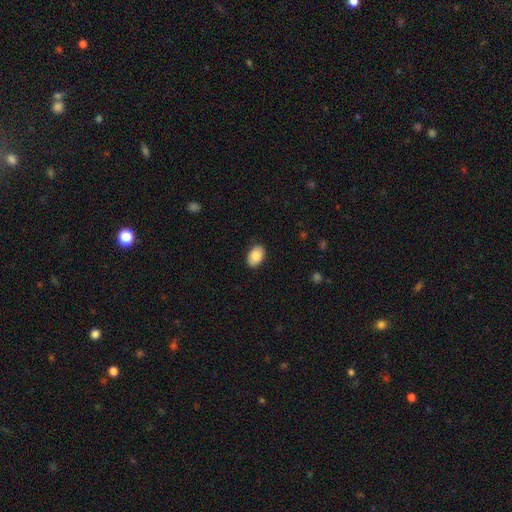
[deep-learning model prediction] Overall: smooth (84%). How rounded: in between (88%). Merging: none (88%).